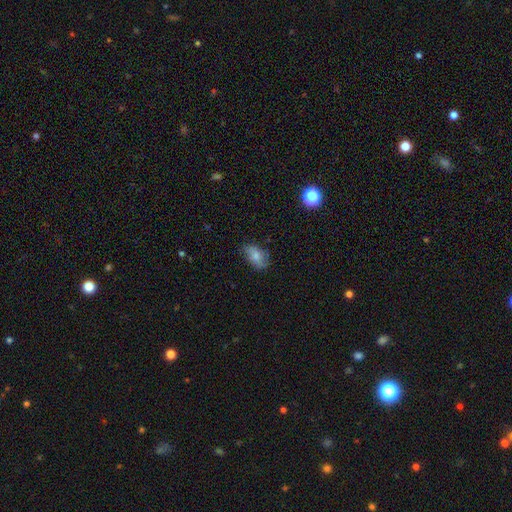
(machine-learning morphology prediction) type=smooth (71%); roundness=in between (89%); merging=none (64%).